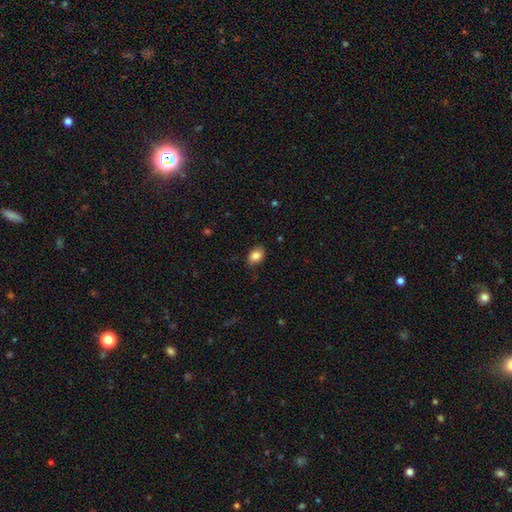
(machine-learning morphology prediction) Smooth or featured? Predicted: smooth (p=0.86). How rounded? Predicted: in between (p=0.79). Merging? Predicted: none (p=0.82).